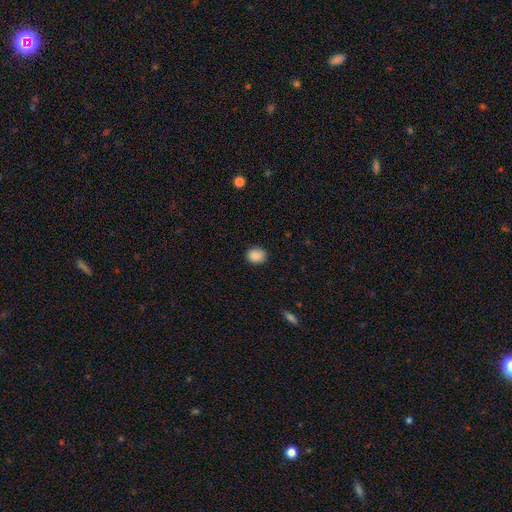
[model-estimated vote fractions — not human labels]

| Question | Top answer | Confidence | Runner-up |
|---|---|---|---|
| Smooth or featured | smooth | 89% | star or artifact (8%) |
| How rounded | round | 63% | in between (36%) |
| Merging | none | 88% | minor disturbance (9%) |